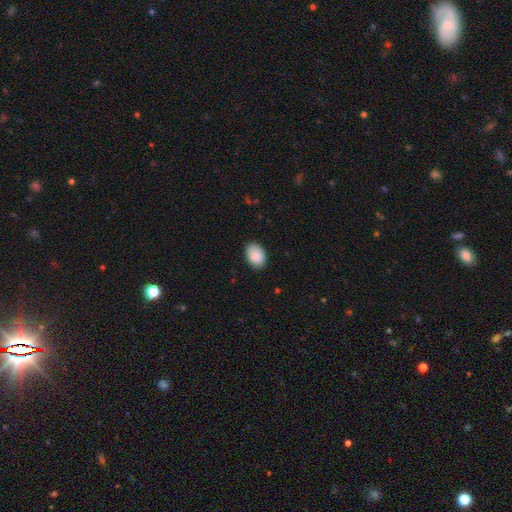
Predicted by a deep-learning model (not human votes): The model was most divided on "how rounded": in between: 82%, round: 17%, cigar-shaped: 1%. More confident: smooth or featured — smooth (90%); merging — none (86%).